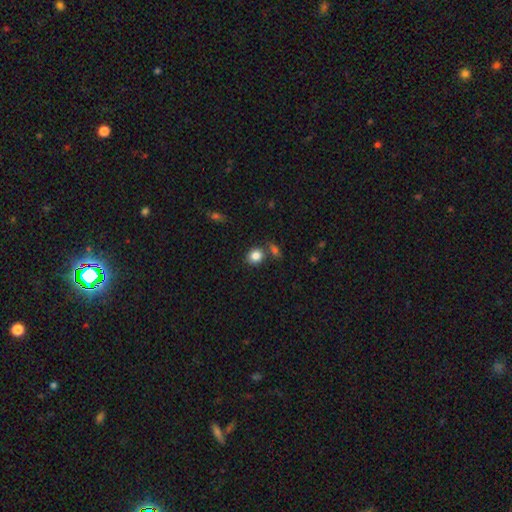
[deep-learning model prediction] A smooth galaxy with no disk features (84%) that is round (65%). Merging: none (70%).